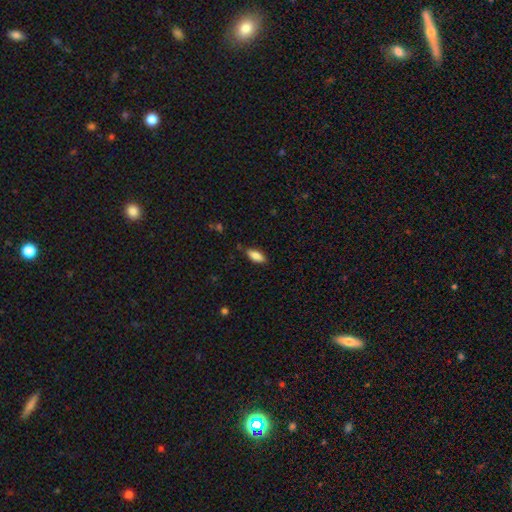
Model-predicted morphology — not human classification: This appears to be a smooth galaxy with no disk features (85%) that is in between round and cigar-shaped (79%). Merging: none (83%).